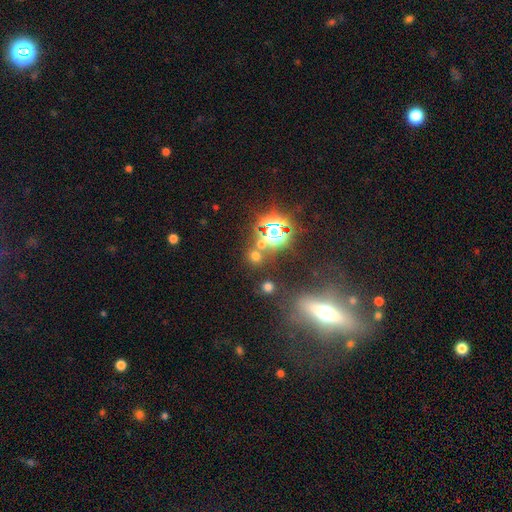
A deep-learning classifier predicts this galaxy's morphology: Smooth or featured? Predicted: smooth (p=0.50). How rounded? Predicted: round (p=0.85). Merging? Predicted: none (p=0.74).